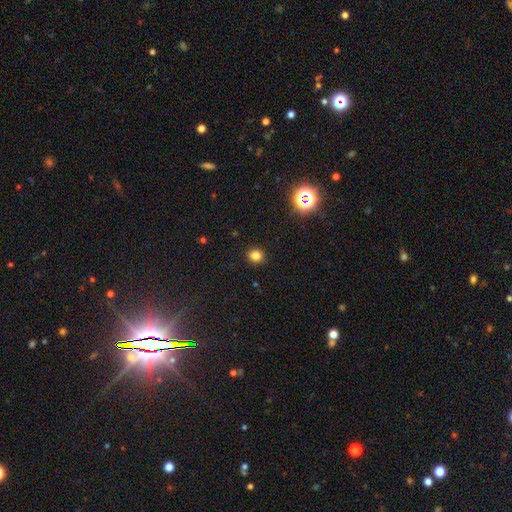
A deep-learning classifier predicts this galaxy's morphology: Smooth or featured?
  - smooth: 80% *
  - star or artifact: 15%
  - featured or disk: 5%
How rounded?
  - round: 85% *
  - in between: 14%
  - cigar-shaped: 1%
Merging?
  - none: 91% *
  - minor disturbance: 6%
  - major disturbance: 2%
  - merger: 1%